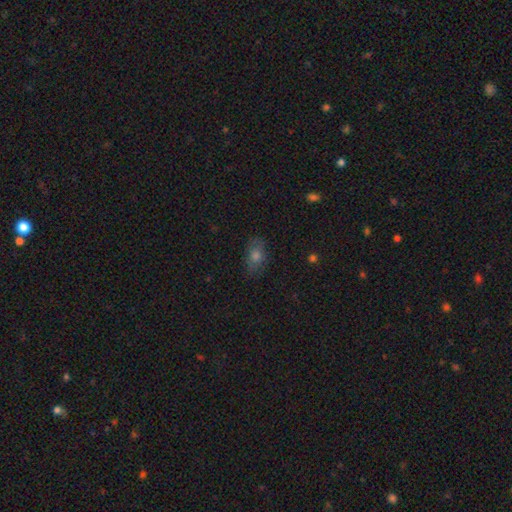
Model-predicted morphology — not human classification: Smooth or featured?
  - smooth: 68% *
  - star or artifact: 17%
  - featured or disk: 15%
How rounded?
  - in between: 78% *
  - round: 17%
  - cigar-shaped: 5%
Merging?
  - none: 81% *
  - minor disturbance: 14%
  - major disturbance: 4%
  - merger: 1%